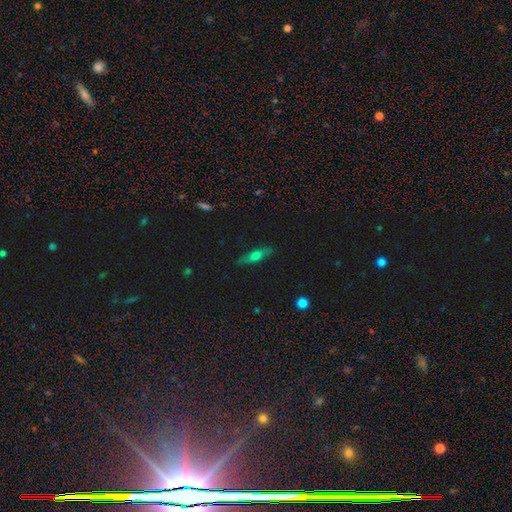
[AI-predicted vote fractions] smooth-or-featured: smooth: 46% (tied) | featured or disk: 46% (tied) | star or artifact: 8%
  merging: none: 86% | minor disturbance: 11% | major disturbance: 2% | merger: 1%